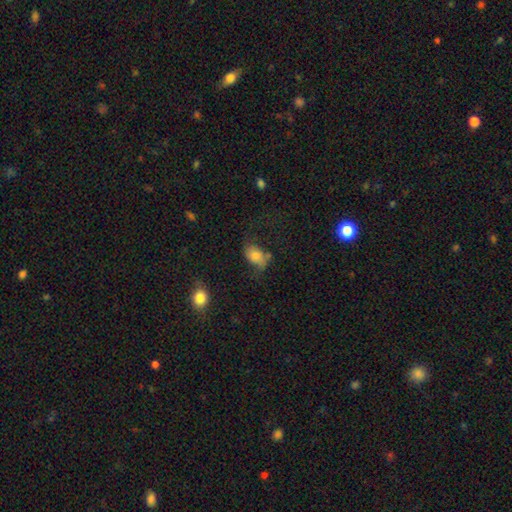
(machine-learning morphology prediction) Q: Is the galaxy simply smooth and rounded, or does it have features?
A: smooth — 70%.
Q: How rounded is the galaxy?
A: in between — 84%.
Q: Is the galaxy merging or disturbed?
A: none — 47%.